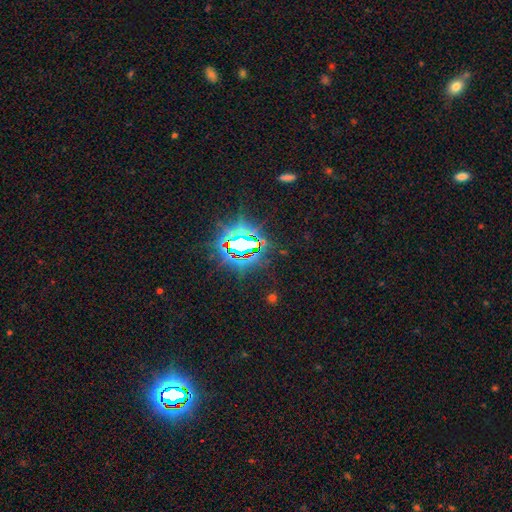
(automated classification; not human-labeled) smooth_or_featured: star or artifact (p=0.82) [alt: smooth p=0.11]